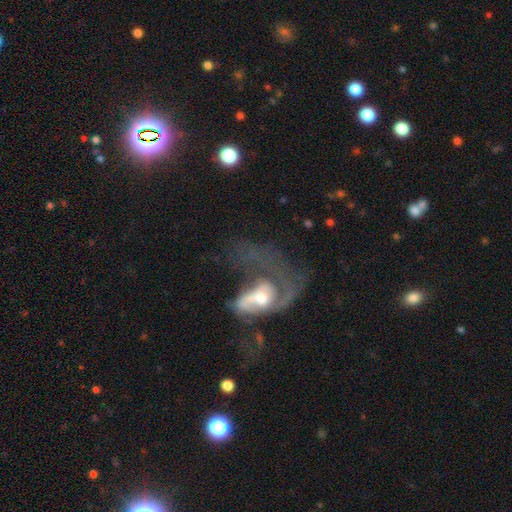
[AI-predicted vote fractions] Smooth or featured? Predicted: featured or disk (p=0.71). Edge-on disk? Predicted: no (p=0.95). Bar? Predicted: no (p=0.61). Spiral arms? Predicted: yes (p=0.73). Bulge size? Predicted: moderate (p=0.59). Merging? Predicted: major disturbance (p=0.54).